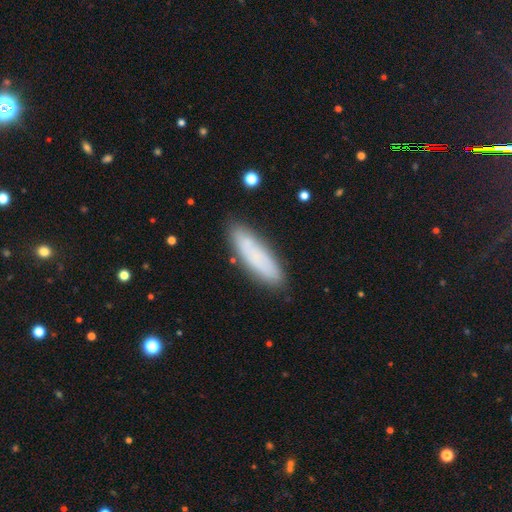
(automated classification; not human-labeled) A smooth galaxy with no disk features (73%) that is cigar-shaped (61%). Merging: none (84%).